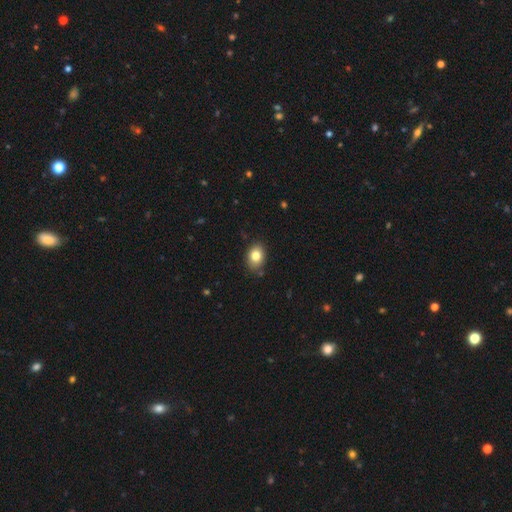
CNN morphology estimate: A smooth galaxy with no disk features (81%) that is in between round and cigar-shaped (71%).

Vote fractions:
- Smooth or featured? smooth: 81% / featured or disk: 9% / star or artifact: 9%
- How rounded? in between: 71% / round: 28% / cigar-shaped: 1%
- Merging? none: 83% / minor disturbance: 13% / major disturbance: 2% / merger: 2%